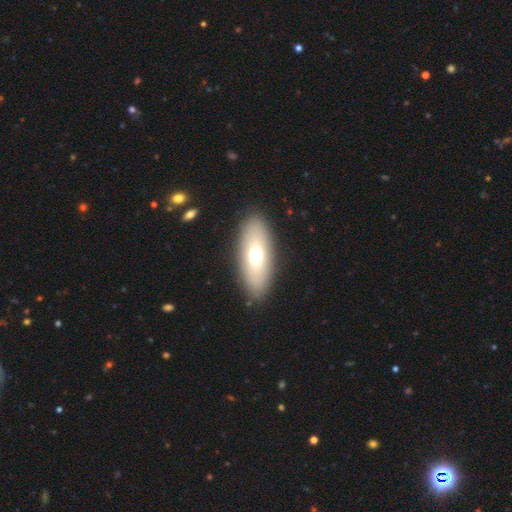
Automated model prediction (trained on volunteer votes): Overall: smooth (65%; featured or disk 27%). How rounded: in between (76%). Merging: none (88%).